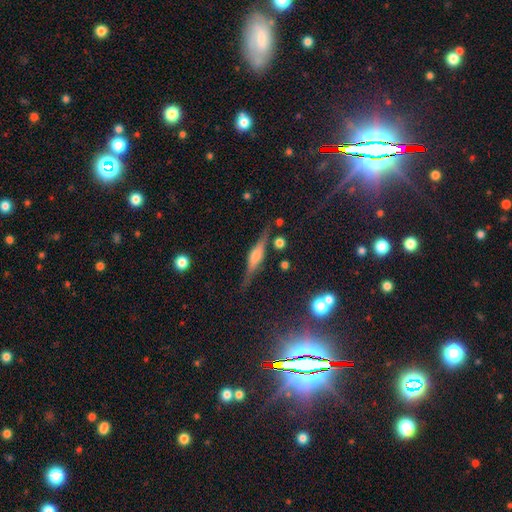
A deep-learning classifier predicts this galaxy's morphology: This appears to be a featured or disk galaxy (72%) viewed edge-on (96%) with a rounded central bulge (71%). Merging: none (83%).